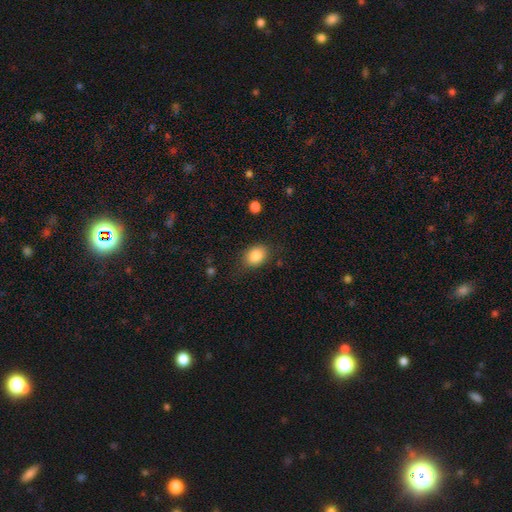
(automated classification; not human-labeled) Q: Smooth or featured?
A: smooth (85%); runner-up: star or artifact (8%)
Q: How rounded?
A: in between (65%); runner-up: round (34%)
Q: Merging?
A: none (78%); runner-up: minor disturbance (16%)